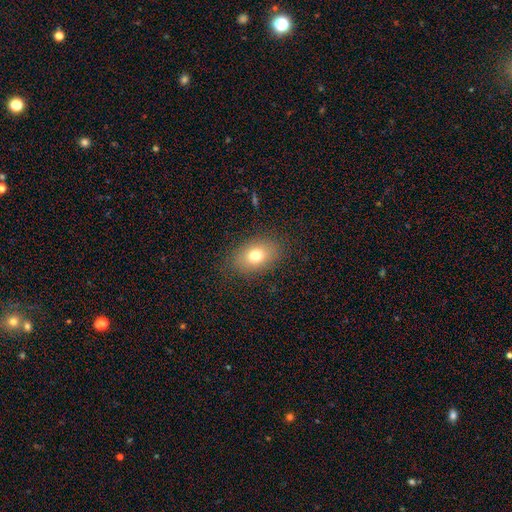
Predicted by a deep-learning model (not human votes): smooth 75%, featured or disk 14%, star or artifact 11%. Down the decision tree: how rounded — in between (81%); merging — none (84%).